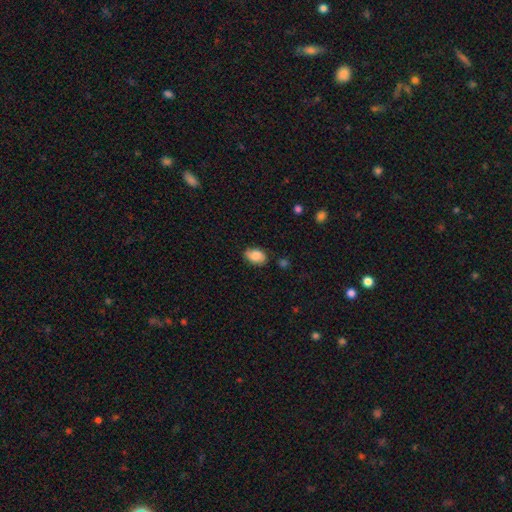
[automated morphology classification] A smooth galaxy with no disk features (82%) that is in between round and cigar-shaped (87%).

Vote fractions:
- Smooth or featured? smooth: 82% / featured or disk: 11% / star or artifact: 8%
- How rounded? in between: 87% / round: 11% / cigar-shaped: 1%
- Merging? none: 76% / minor disturbance: 19% / major disturbance: 4% / merger: 2%